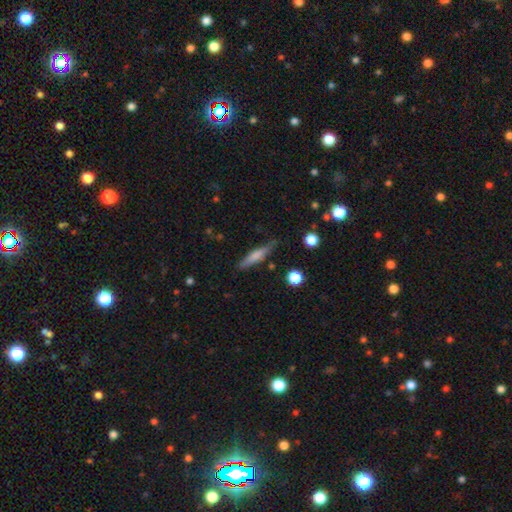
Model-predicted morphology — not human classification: smooth 59%, featured or disk 33%, star or artifact 7%. Down the decision tree: how rounded — cigar-shaped (84%); merging — none (77%).